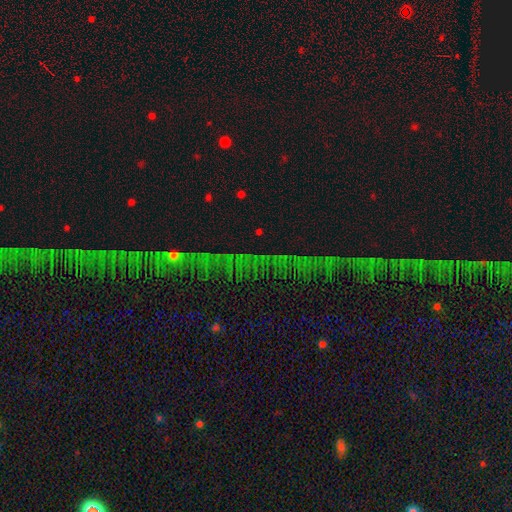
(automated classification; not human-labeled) Morphology: type=star or artifact (73%).